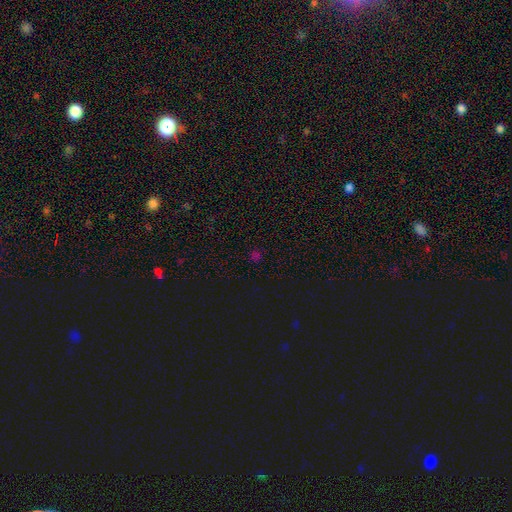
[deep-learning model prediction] A star or artifact, not a galaxy (48%).

Vote fractions:
- Smooth or featured? star or artifact: 48% / smooth: 47% / featured or disk: 5%